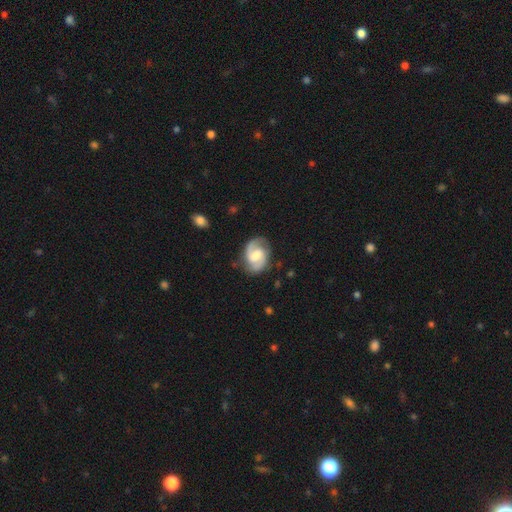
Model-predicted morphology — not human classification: A featured or disk galaxy (82%) with a weak bar (55%), 2 (89%) medium (53%) spiral arms (96%) and a moderate central bulge (48%). Merging: none (77%).